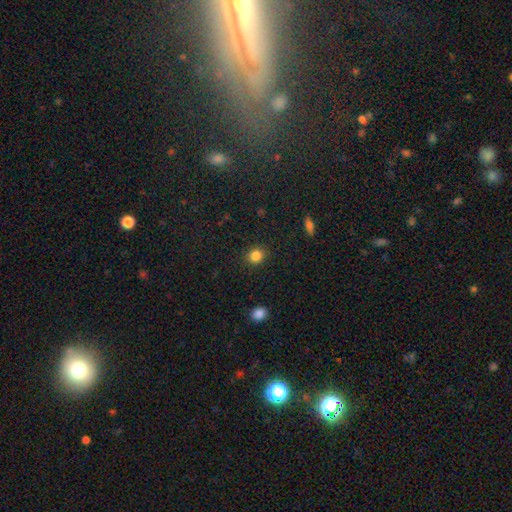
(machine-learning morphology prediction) smooth 85%, star or artifact 11%, featured or disk 4%. Down the decision tree: how rounded — round (79%); merging — none (89%).